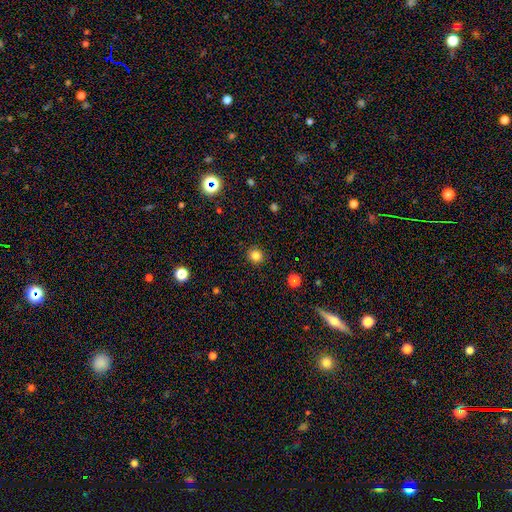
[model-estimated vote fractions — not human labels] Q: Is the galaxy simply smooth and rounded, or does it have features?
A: smooth — 83%.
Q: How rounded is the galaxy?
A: round — 89%.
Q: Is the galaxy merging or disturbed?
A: none — 90%.